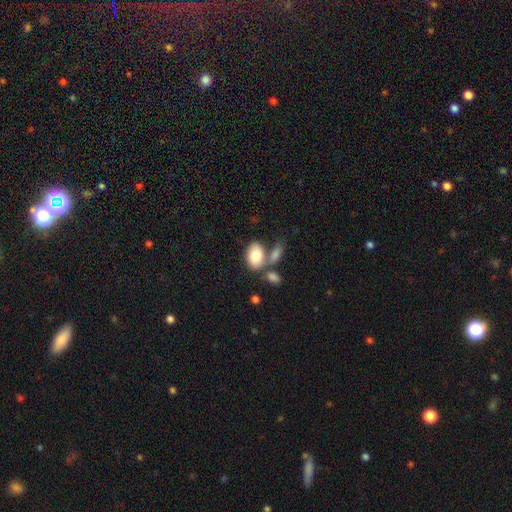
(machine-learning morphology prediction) smooth_or_featured: smooth (p=0.81) [alt: featured or disk p=0.13]
how_rounded: in between (p=0.89) [alt: round p=0.09]
merging: none (p=0.42) [alt: merger p=0.37]